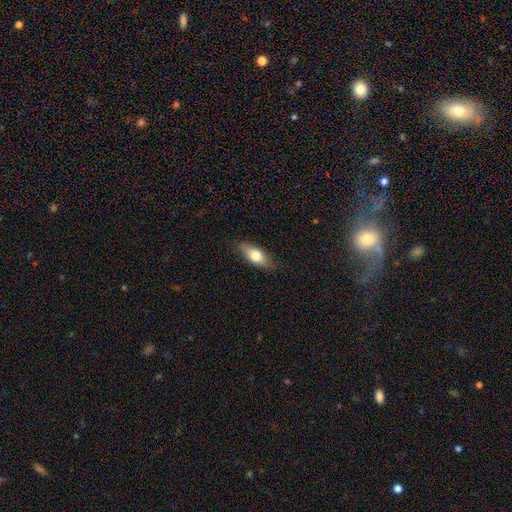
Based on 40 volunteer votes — smooth-or-featured: smooth: 85% | featured or disk: 15% | star or artifact: 0%
  how-rounded: in between: 91% | cigar-shaped: 9% | round: 0%
  merging: none: 92% | minor disturbance: 8% | major disturbance: 0% | merger: 0%